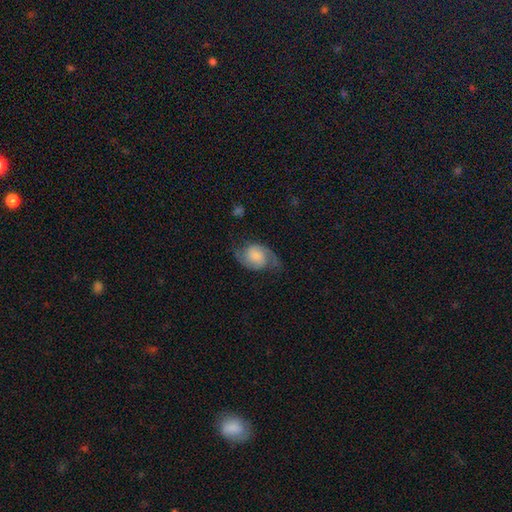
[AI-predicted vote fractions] smooth-or-featured: featured or disk: 71% | smooth: 21% | star or artifact: 8%
  disk-edge-on: no: 97% | yes: 3%
    bar: no: 67% | weak: 28% | strong: 6%
    has-spiral-arms: yes: 95% | no: 5%
      spiral-winding: medium: 44% | loose: 40% | tight: 16%
      spiral-arm-count: 2: 92% | can't tell: 3% | 1: 2% | 3: 1% | 4: 1% | more than 4: 1%
    bulge-size: none: 26% | small: 25% | moderate: 21% | large: 20% | dominant: 8%
  merging: none: 66% | minor disturbance: 21% | major disturbance: 11% | merger: 2%